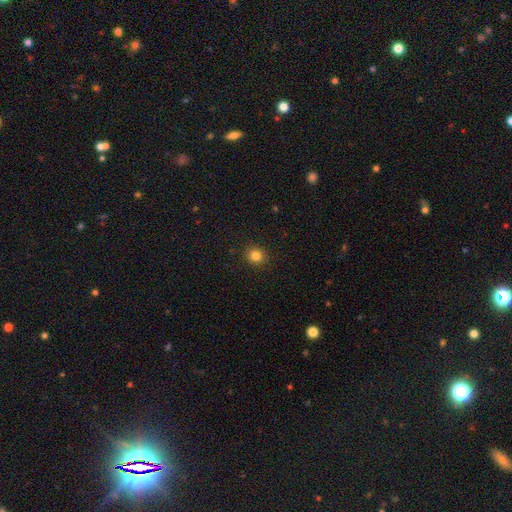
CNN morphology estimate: smooth-or-featured: smooth: 83% | star or artifact: 12% | featured or disk: 5%
  how-rounded: round: 90% | in between: 9% | cigar-shaped: 1%
  merging: none: 92% | minor disturbance: 5% | major disturbance: 2% | merger: 1%